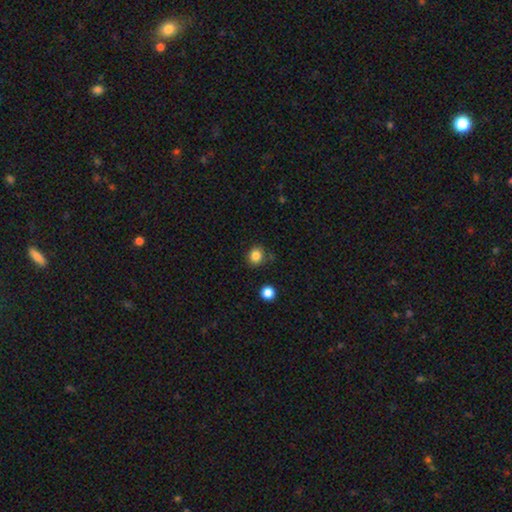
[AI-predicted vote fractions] Overall: smooth (84%). How rounded: round (83%). Merging: none (83%).